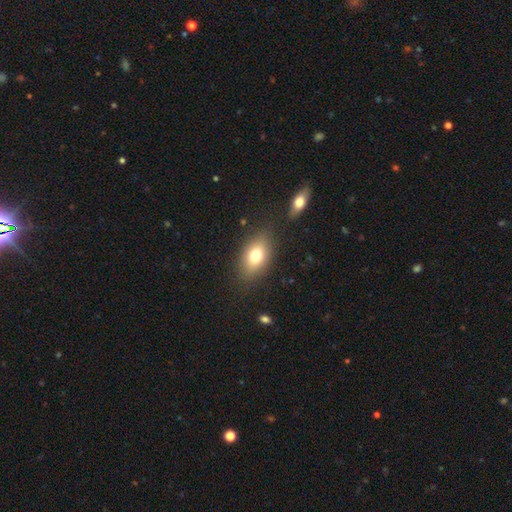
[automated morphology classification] Smooth or featured? Predicted: smooth (p=0.74). How rounded? Predicted: in between (p=0.85). Merging? Predicted: none (p=0.82).